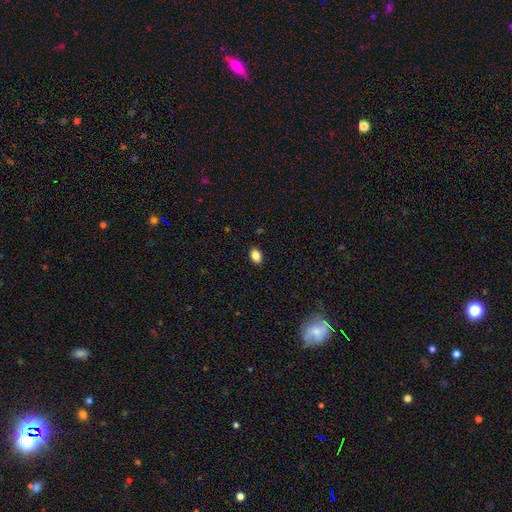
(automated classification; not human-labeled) Smooth or featured? smooth (86%)
How rounded? in between (84%)
Merging? none (89%)